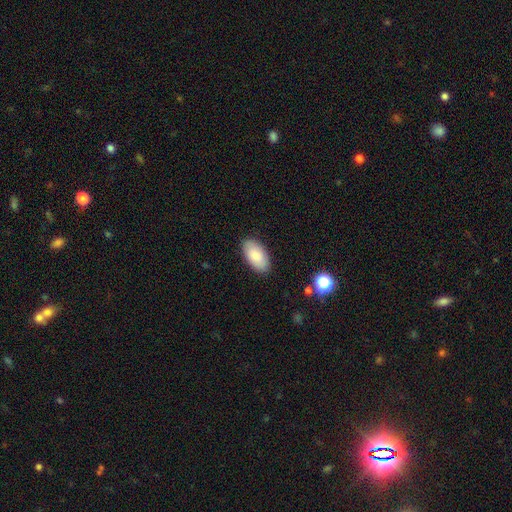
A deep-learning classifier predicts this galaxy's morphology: Q: Smooth or featured?
A: smooth (85%); runner-up: featured or disk (9%)
Q: How rounded?
A: in between (95%); runner-up: round (3%)
Q: Merging?
A: none (87%); runner-up: minor disturbance (9%)